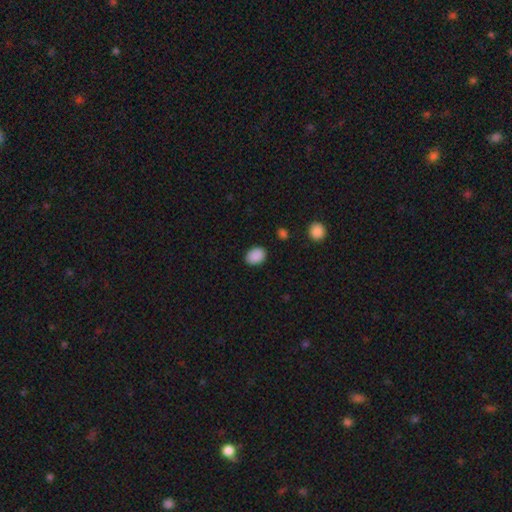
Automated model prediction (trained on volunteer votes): Morphology: type=smooth (89%); roundness=in between (68%); merging=none (87%).